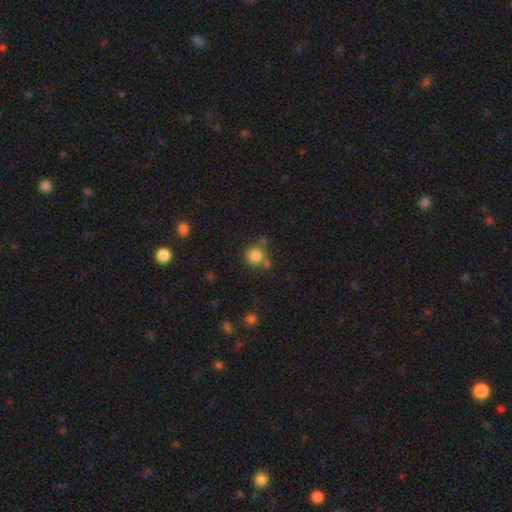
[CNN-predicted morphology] This is clearly a smooth galaxy (81%). How rounded: clearly round (90%). Merging: likely none (63%).